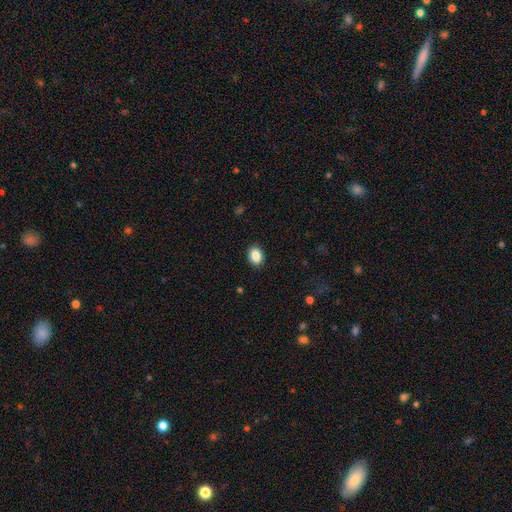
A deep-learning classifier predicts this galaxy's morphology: This is clearly a smooth galaxy (88%). How rounded: likely in between (75%). Merging: clearly none (89%).